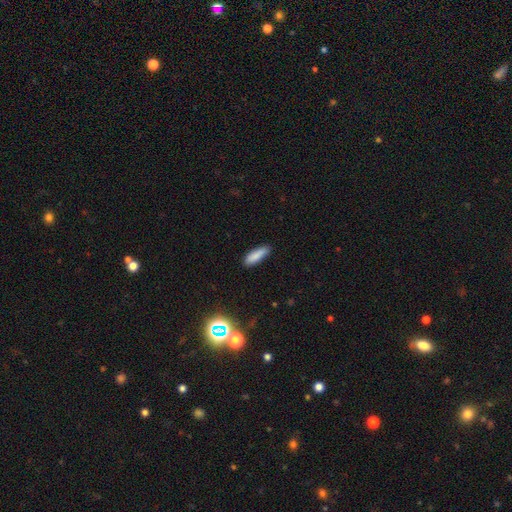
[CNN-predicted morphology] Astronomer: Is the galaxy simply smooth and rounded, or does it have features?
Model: smooth — 86%.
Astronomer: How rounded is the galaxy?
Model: cigar-shaped — 55% (runner-up: in between, 43%).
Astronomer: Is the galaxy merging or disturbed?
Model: none — 84%.